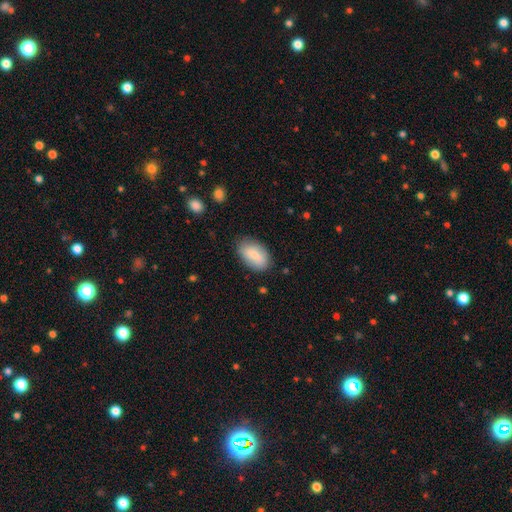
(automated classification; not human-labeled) Q: Smooth or featured?
A: smooth (81%); runner-up: featured or disk (13%)
Q: How rounded?
A: in between (93%); runner-up: round (5%)
Q: Merging?
A: none (79%); runner-up: minor disturbance (16%)